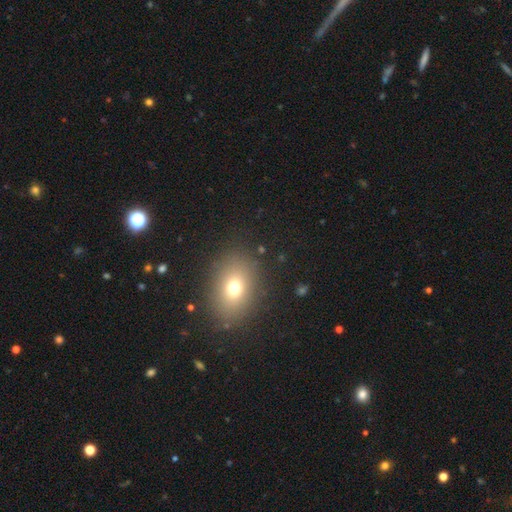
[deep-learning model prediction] Morphology: type=smooth (67%); roundness=in between (67%); merging=none (89%).